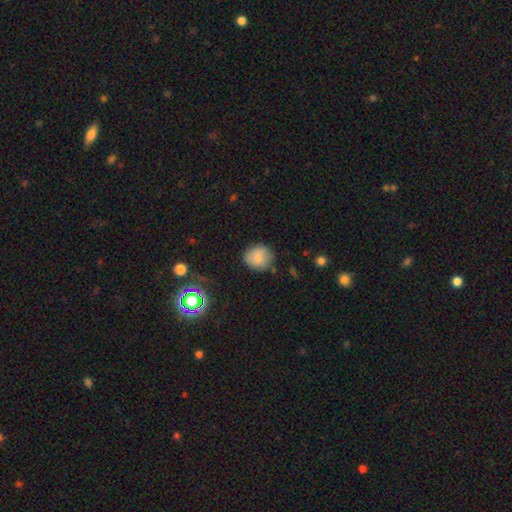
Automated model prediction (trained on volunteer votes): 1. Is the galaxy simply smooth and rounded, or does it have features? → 80% smooth, 11% star or artifact, 9% featured or disk.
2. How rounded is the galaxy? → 82% round, 17% in between, 1% cigar-shaped.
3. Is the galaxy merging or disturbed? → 80% none, 15% minor disturbance, 3% major disturbance, 2% merger.